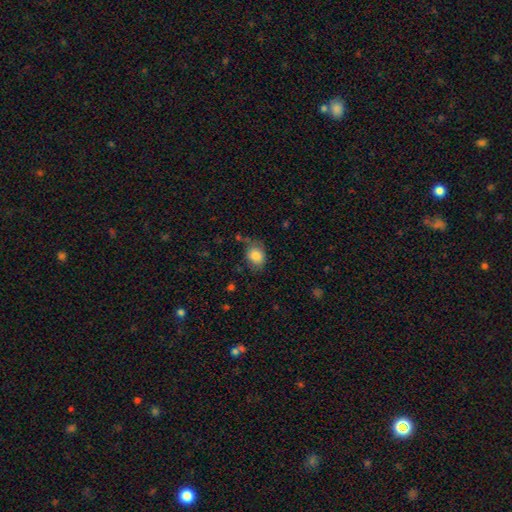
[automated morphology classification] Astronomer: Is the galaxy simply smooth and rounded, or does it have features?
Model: smooth — 83%.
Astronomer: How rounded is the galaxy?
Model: in between — 65%.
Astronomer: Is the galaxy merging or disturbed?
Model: none — 67%.